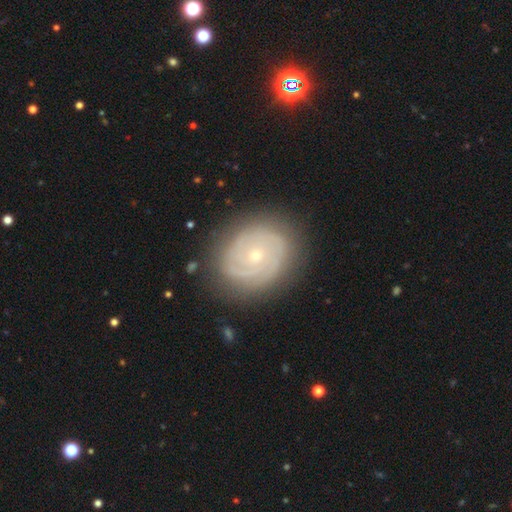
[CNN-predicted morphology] This appears to be a featured or disk galaxy (80%) with no bar (79%), 2 (42%) tight (71%) spiral arms (91%) and a small central bulge (75%). Merging: none (82%).